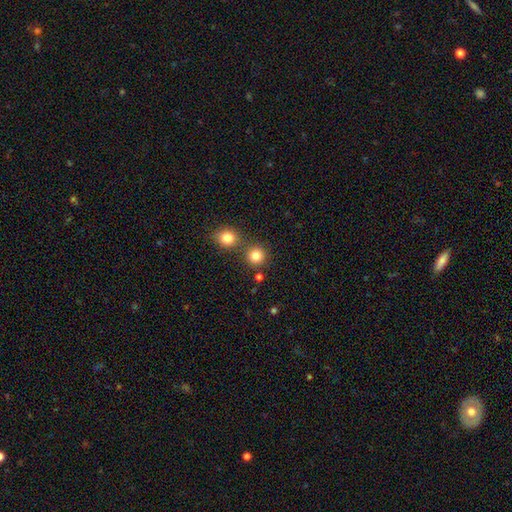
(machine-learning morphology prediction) A smooth galaxy with no disk features (83%) that is round (93%). Merging: none (76%).